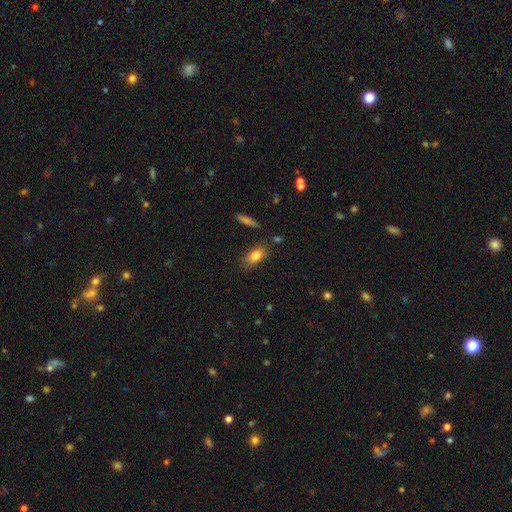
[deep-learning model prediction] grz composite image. It shows a smooth galaxy with no disk features (80%) that is in between round and cigar-shaped (84%). Merging: none (78%).